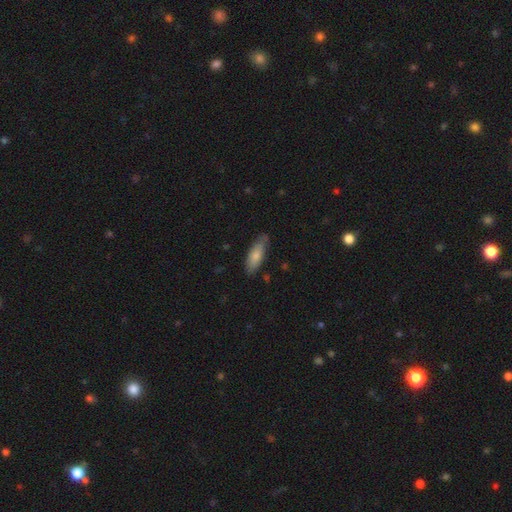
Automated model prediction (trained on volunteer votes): smooth 78%, featured or disk 16%, star or artifact 6%. Down the decision tree: how rounded — in between (60%); merging — none (74%).